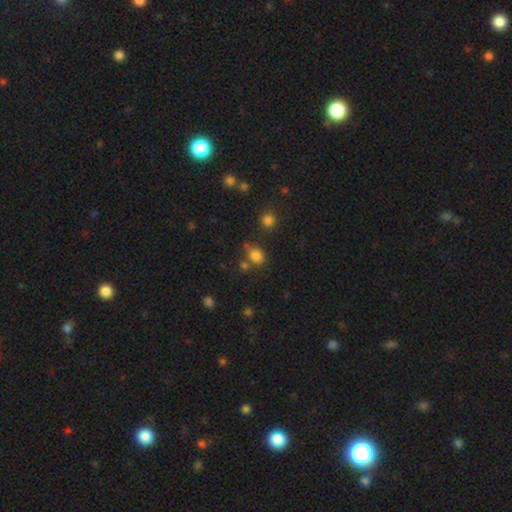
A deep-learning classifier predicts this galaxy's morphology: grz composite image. It shows a smooth galaxy with no disk features (79%) that is round (67%). Merging: none (64%).